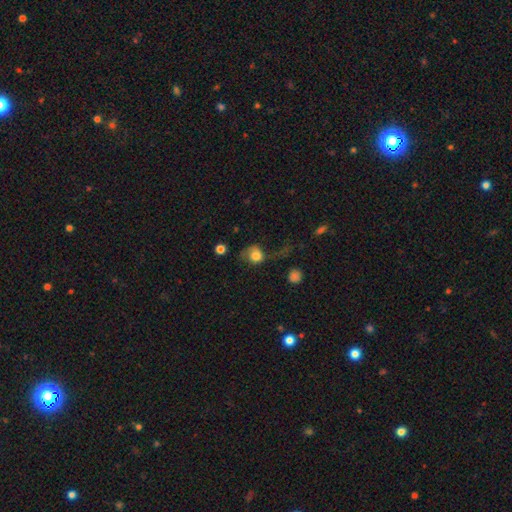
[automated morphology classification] This is likely a smooth galaxy (67%). How rounded: likely round (74%). Merging: marginally major disturbance (41%).